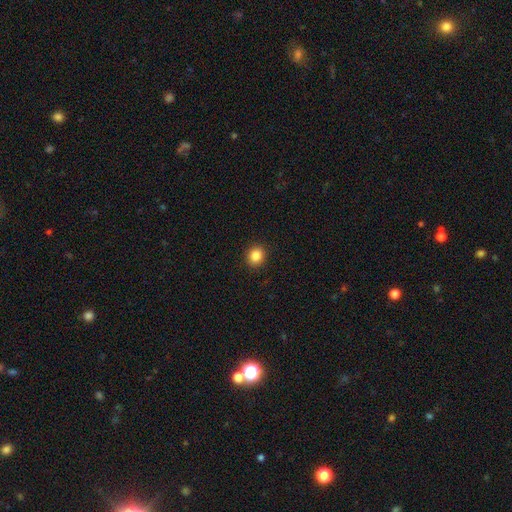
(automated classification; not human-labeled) Q: Smooth or featured?
A: smooth (85%); runner-up: star or artifact (10%)
Q: How rounded?
A: round (82%); runner-up: in between (17%)
Q: Merging?
A: none (92%); runner-up: minor disturbance (5%)